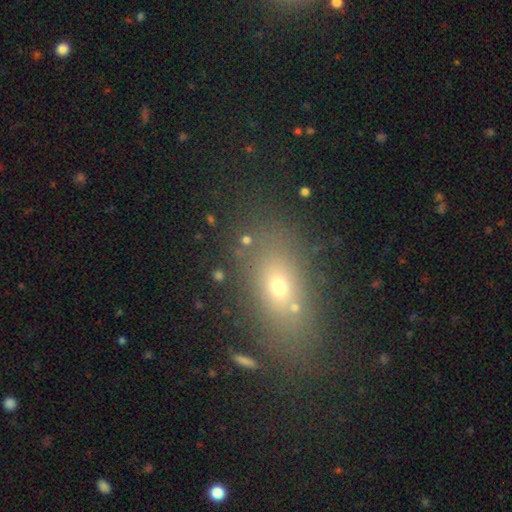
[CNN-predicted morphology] This appears to be a smooth galaxy with no disk features (57%) that is in between round and cigar-shaped (69%). Merging: none (74%).